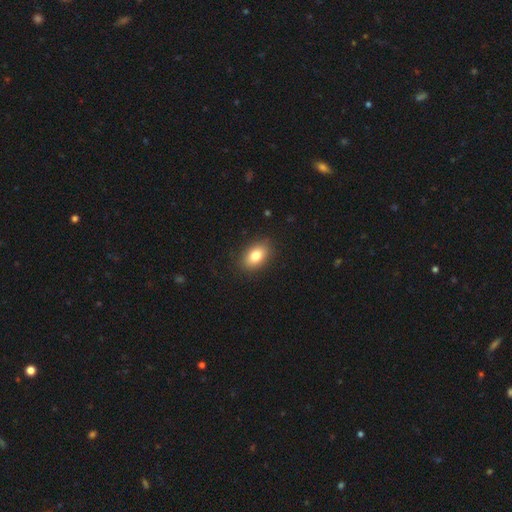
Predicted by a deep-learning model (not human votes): Overall: smooth (81%). How rounded: in between (87%). Merging: none (88%).